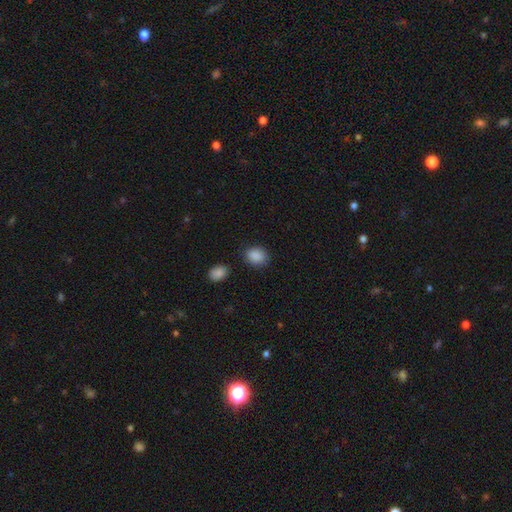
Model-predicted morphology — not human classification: This is clearly a smooth galaxy (88%). How rounded: possibly in between (57%). Merging: clearly none (80%).